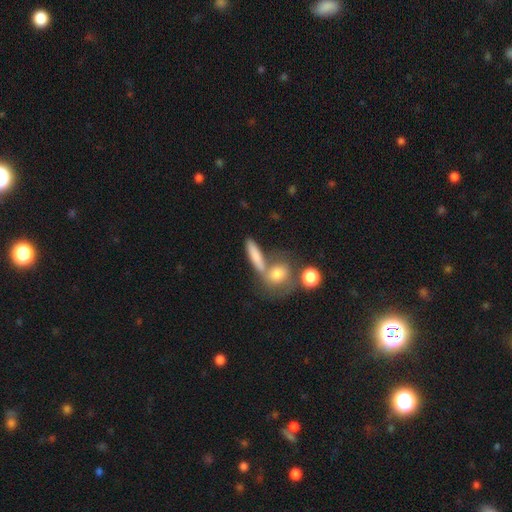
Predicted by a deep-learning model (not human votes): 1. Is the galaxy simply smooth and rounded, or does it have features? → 76% smooth, 16% featured or disk, 8% star or artifact.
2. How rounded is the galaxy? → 55% cigar-shaped, 33% in between, 12% round.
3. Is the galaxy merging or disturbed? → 51% none, 31% merger, 12% minor disturbance, 6% major disturbance.